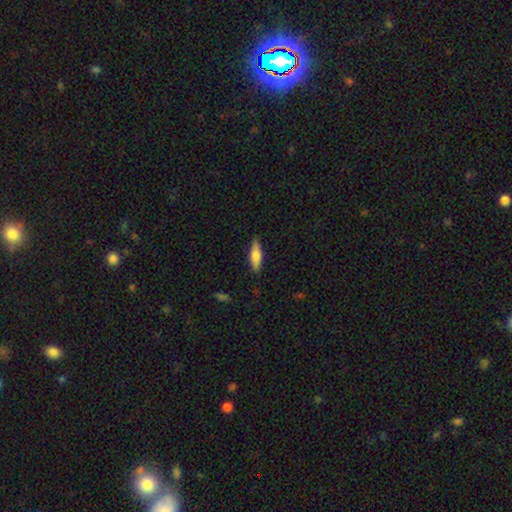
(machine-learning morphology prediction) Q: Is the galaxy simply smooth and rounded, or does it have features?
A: smooth — 66%.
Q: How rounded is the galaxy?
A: cigar-shaped — 52%.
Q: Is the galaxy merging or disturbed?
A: none — 86%.